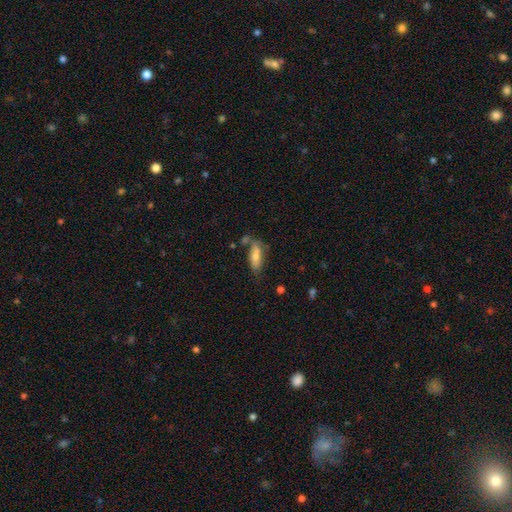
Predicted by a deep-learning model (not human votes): The model was most divided on "merging": none: 50%, minor disturbance: 25%, merger: 15%, major disturbance: 10%. More confident: smooth or featured — smooth (73%); how rounded — in between (64%).